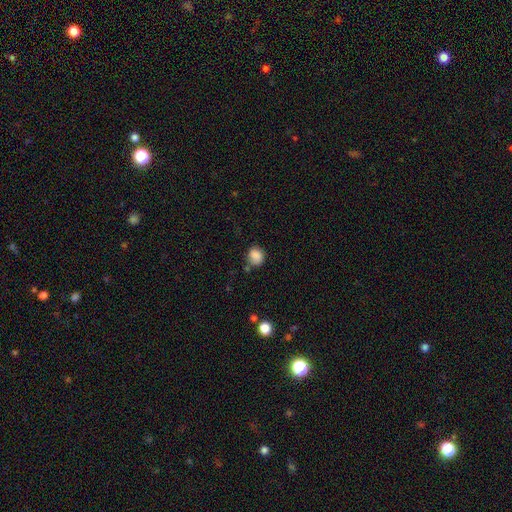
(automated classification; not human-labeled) smooth 85%, star or artifact 9%, featured or disk 5%. Down the decision tree: how rounded — round (68%); merging — none (68%).